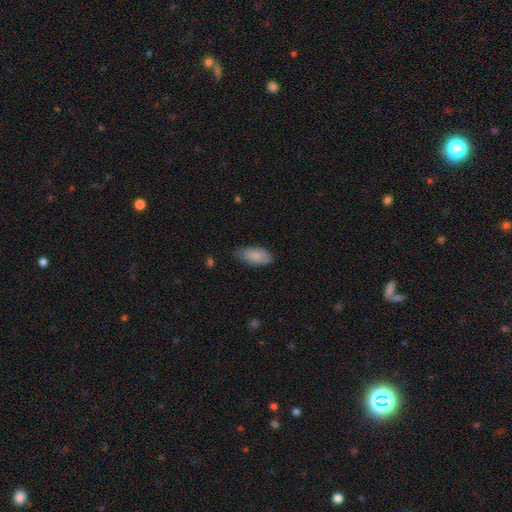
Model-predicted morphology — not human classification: Smooth or featured? Predicted: smooth (p=0.84). How rounded? Predicted: in between (p=0.92). Merging? Predicted: none (p=0.70).